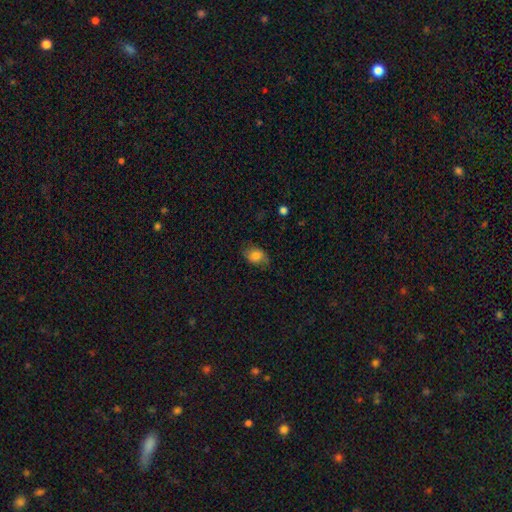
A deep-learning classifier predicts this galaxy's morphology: This is likely a smooth galaxy (76%). How rounded: likely in between (75%). Merging: likely none (72%).